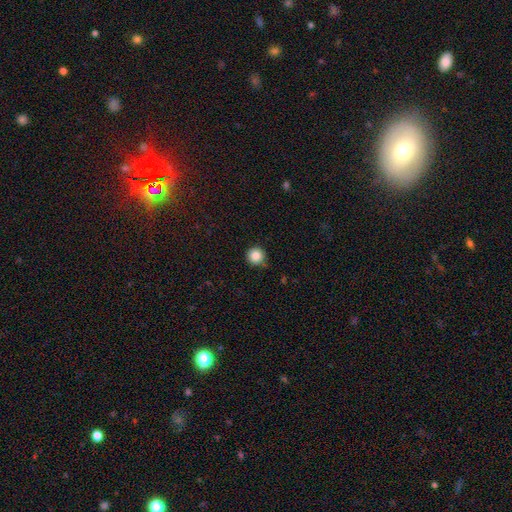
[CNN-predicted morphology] The model was most divided on "merging": none: 83%, minor disturbance: 12%, major disturbance: 3%, merger: 2%. More confident: how rounded — round (96%); smooth or featured — smooth (86%).